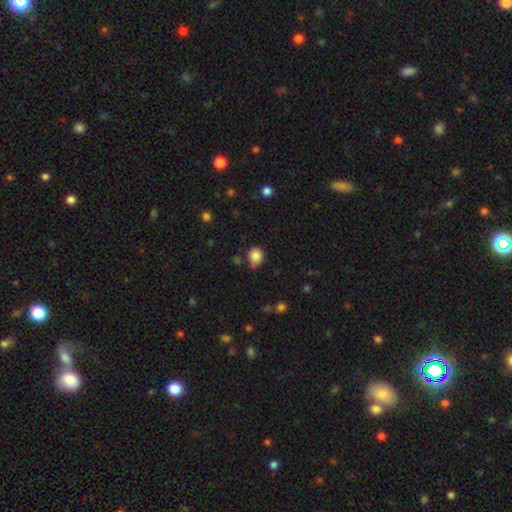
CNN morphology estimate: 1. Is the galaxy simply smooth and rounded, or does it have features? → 85% smooth, 10% star or artifact, 5% featured or disk.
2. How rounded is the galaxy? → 75% round, 24% in between, 1% cigar-shaped.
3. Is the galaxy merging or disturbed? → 70% none, 21% minor disturbance, 5% merger, 4% major disturbance.